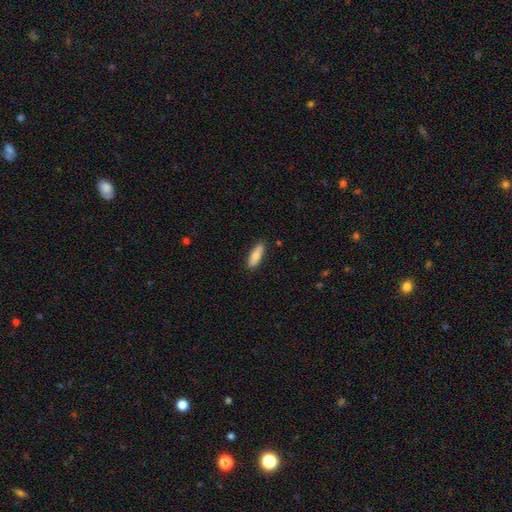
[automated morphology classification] smooth 74%, featured or disk 20%, star or artifact 6%. Down the decision tree: how rounded — in between (61%); merging — none (85%).